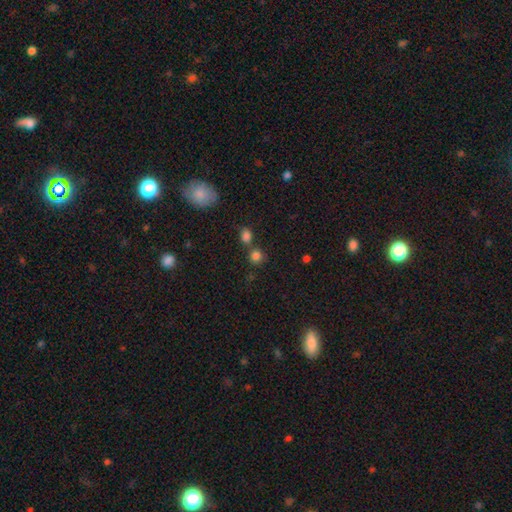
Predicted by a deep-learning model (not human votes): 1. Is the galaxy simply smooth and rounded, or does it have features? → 81% smooth, 14% star or artifact, 6% featured or disk.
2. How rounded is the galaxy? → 87% round, 12% in between, 1% cigar-shaped.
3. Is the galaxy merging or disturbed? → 64% none, 24% merger, 9% minor disturbance, 3% major disturbance.